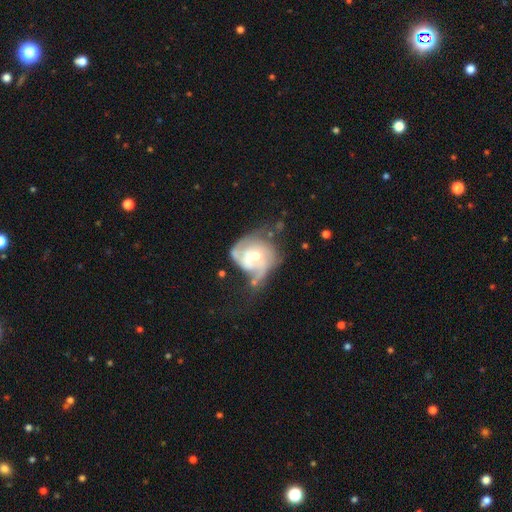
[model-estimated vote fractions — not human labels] The model was most divided on "spiral winding": medium: 39%, loose: 34%, tight: 27%. Remaining: edge-on disk — no (97%); spiral arms — yes (76%); smooth or featured — featured or disk (73%); bar — no (71%); bulge size — moderate (63%); spiral arm count — 2 (48%); merging — merger (47%).